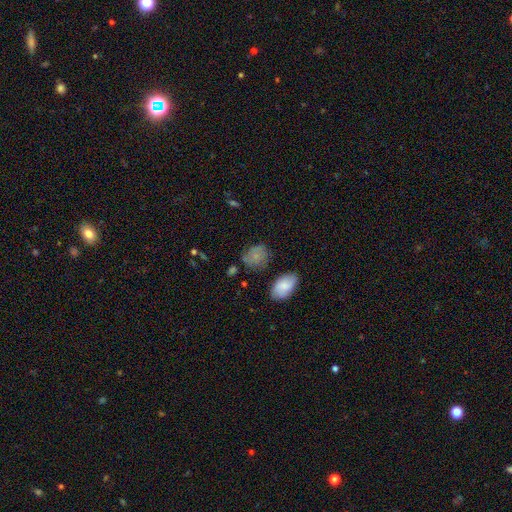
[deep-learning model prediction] Smooth or featured: smooth — 71% (featured or disk — 18%)
How rounded: round — 56% (in between — 42%)
Merging: none — 63% (minor disturbance — 24%)